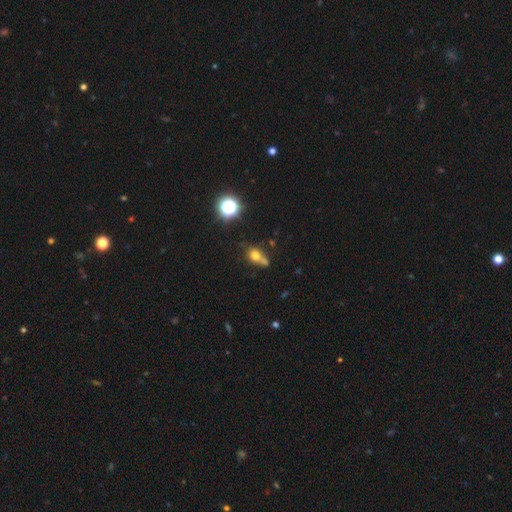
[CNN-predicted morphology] Overall: smooth (69%). How rounded: round (59%; in between 38%). Merging: none (42%; merger 38%).